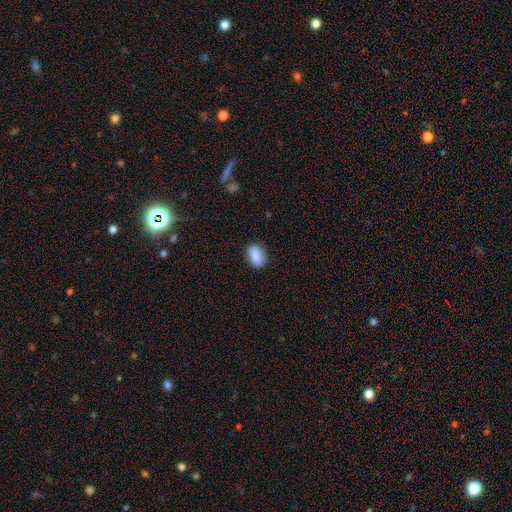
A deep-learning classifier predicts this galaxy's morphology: A smooth galaxy with no disk features (83%) that is in between round and cigar-shaped (82%).

Vote fractions:
- Smooth or featured? smooth: 83% / featured or disk: 9% / star or artifact: 8%
- How rounded? in between: 82% / round: 14% / cigar-shaped: 4%
- Merging? none: 84% / minor disturbance: 12% / major disturbance: 3% / merger: 1%